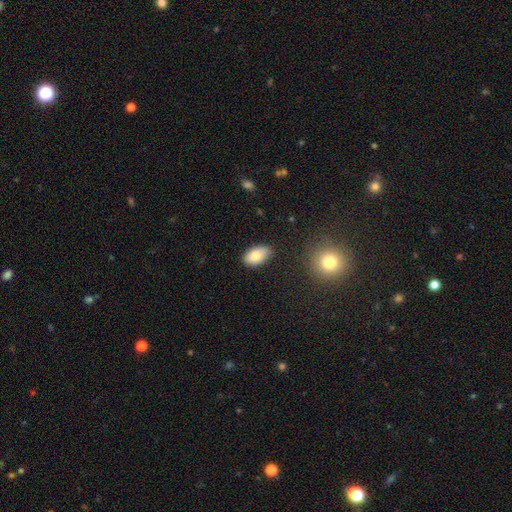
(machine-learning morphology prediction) A smooth galaxy with no disk features (81%) that is in between round and cigar-shaped (93%). Merging: none (79%).